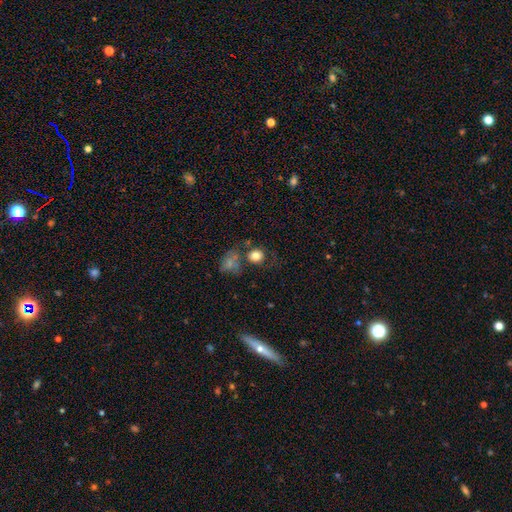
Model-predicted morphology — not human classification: Smooth or featured?
  - smooth: 79% *
  - featured or disk: 11%
  - star or artifact: 10%
How rounded?
  - round: 79% *
  - in between: 20%
  - cigar-shaped: 1%
Merging?
  - none: 59% *
  - minor disturbance: 16%
  - merger: 13%
  - major disturbance: 11%